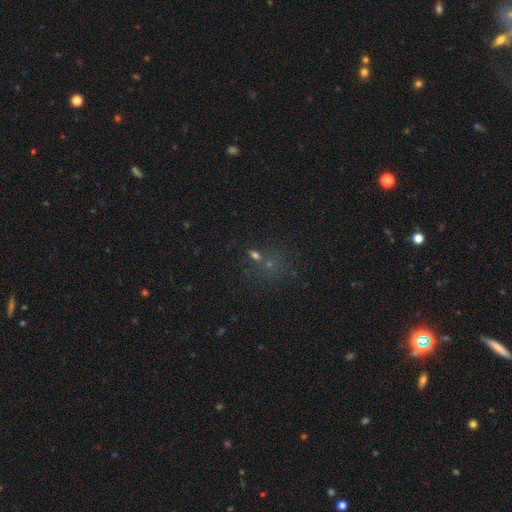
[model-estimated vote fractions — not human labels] This appears to be a smooth galaxy with no disk features (47%). Merging: none (50%).